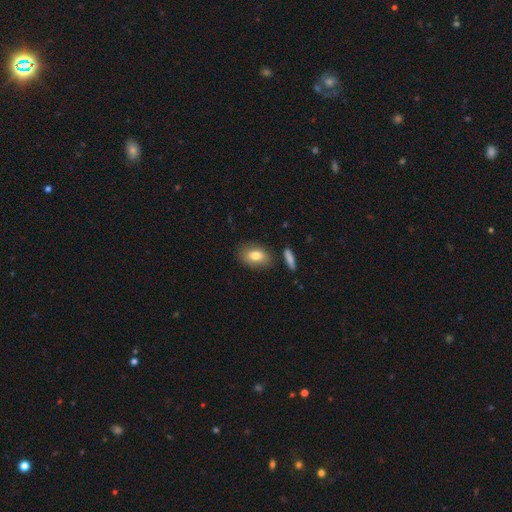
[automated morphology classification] The model was most divided on "smooth or featured": smooth: 77%, featured or disk: 15%, star or artifact: 8%. More confident: how rounded — in between (84%); merging — none (80%).